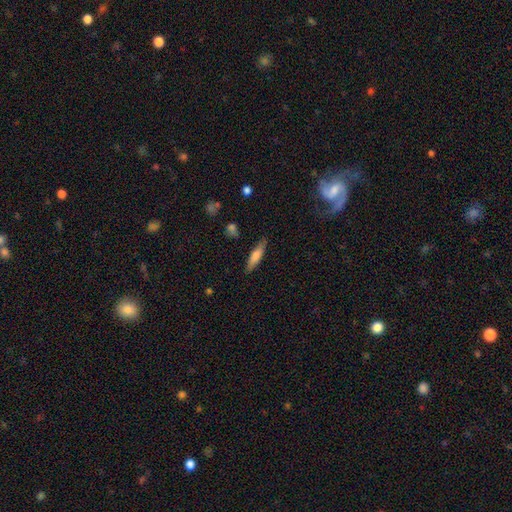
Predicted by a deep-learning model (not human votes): Smooth or featured?
  - smooth: 68% *
  - featured or disk: 25%
  - star or artifact: 6%
How rounded?
  - cigar-shaped: 75% *
  - in between: 24%
  - round: 2%
Merging?
  - none: 85% *
  - minor disturbance: 11%
  - major disturbance: 2%
  - merger: 2%